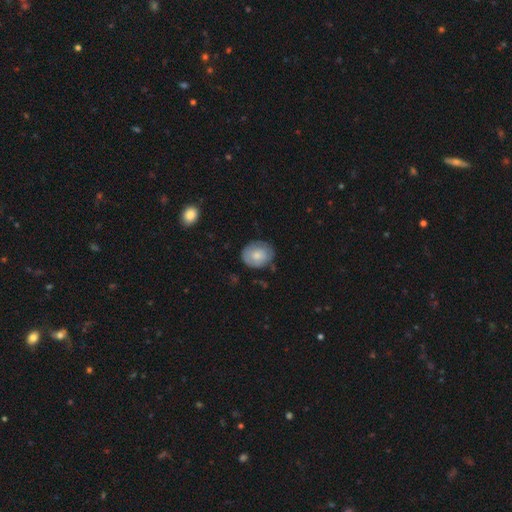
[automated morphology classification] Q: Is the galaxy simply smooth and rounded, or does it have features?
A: smooth — 72%.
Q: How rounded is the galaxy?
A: round — 53%.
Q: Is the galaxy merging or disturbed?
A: none — 72%.